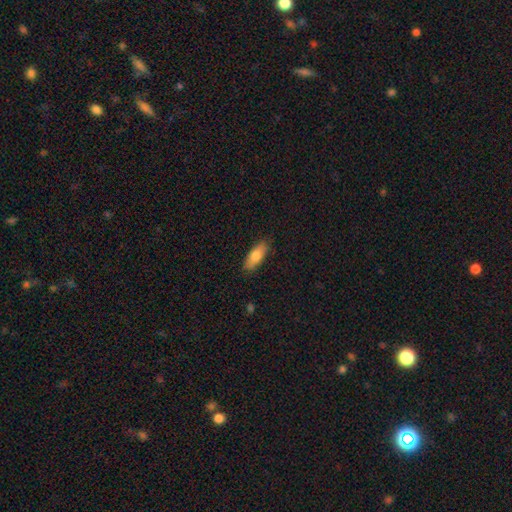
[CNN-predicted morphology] This appears to be a smooth galaxy with no disk features (79%) that is in between round and cigar-shaped (68%). Merging: none (86%).